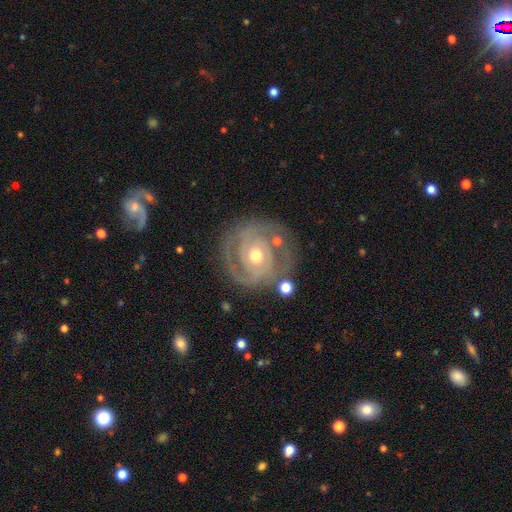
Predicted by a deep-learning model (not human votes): featured or disk 85%, smooth 10%, star or artifact 5%. Down the decision tree: edge-on disk — no (97%); bar — no (74%); spiral arms — yes (90%); spiral arm count — 2 (51%); spiral winding — tight (74%); bulge size — moderate (67%); merging — none (74%).